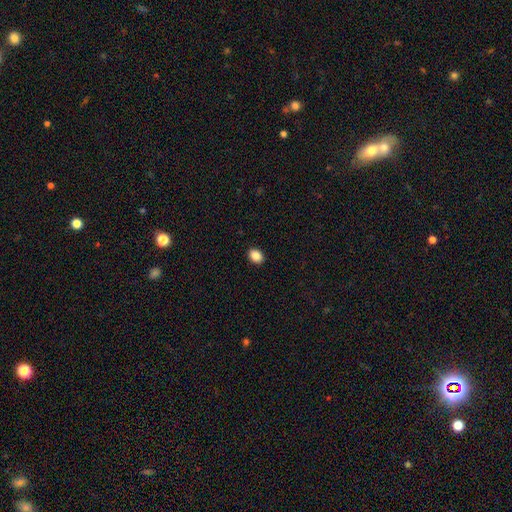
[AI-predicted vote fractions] smooth_or_featured: smooth (p=0.88) [alt: star or artifact p=0.09]
how_rounded: in between (p=0.64) [alt: round p=0.35]
merging: none (p=0.91) [alt: minor disturbance p=0.06]